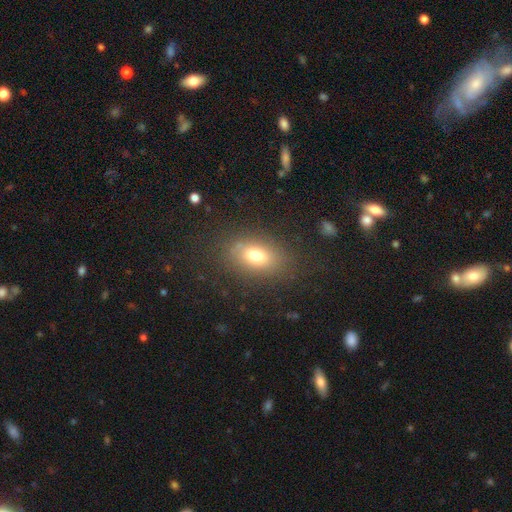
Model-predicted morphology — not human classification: smooth 73%, featured or disk 14%, star or artifact 13%. Down the decision tree: how rounded — in between (79%); merging — none (80%).